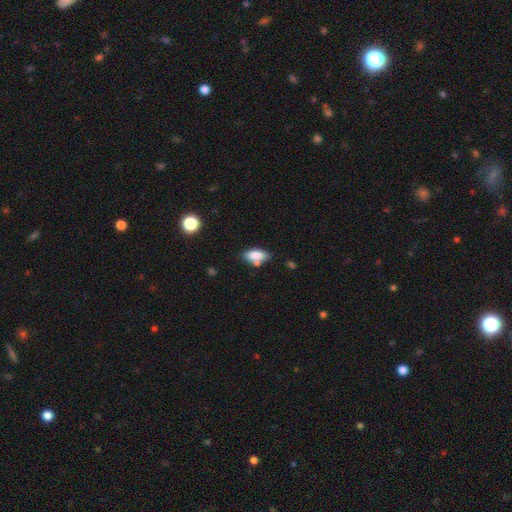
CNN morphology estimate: type=smooth (82%); roundness=in between (87%); merging=none (62%).